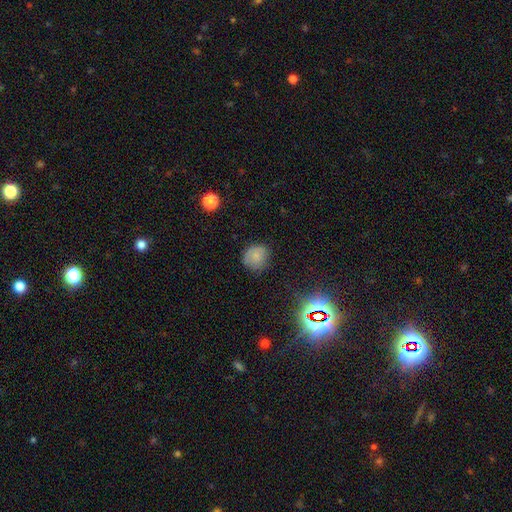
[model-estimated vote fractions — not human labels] Overall: smooth (77%). How rounded: round (85%). Merging: none (78%).